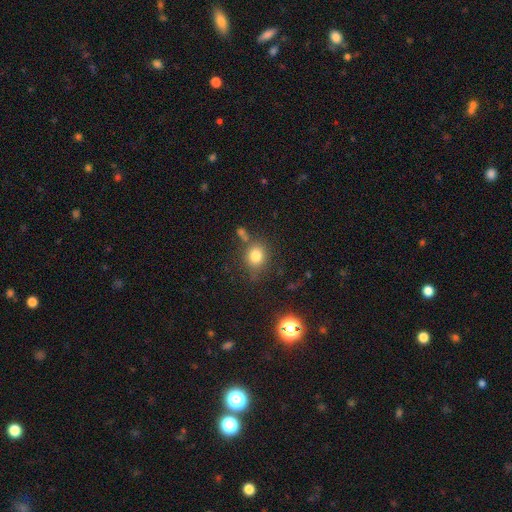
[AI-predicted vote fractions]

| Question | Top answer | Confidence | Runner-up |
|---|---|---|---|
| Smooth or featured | smooth | 79% | star or artifact (13%) |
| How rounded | round | 69% | in between (29%) |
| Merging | none | 70% | minor disturbance (16%) |